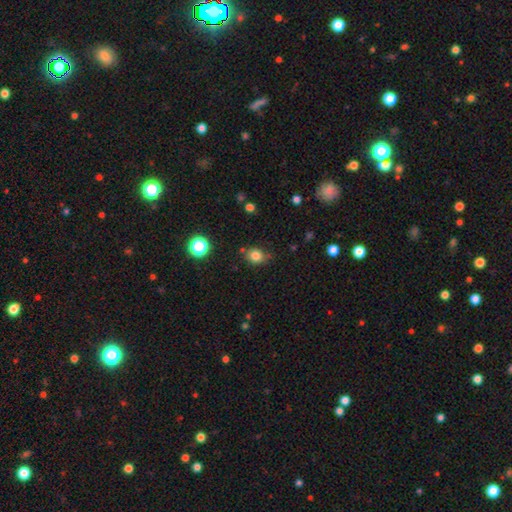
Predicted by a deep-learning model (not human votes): smooth-or-featured: smooth: 81% | star or artifact: 13% | featured or disk: 6%
  how-rounded: round: 66% | in between: 33% | cigar-shaped: 1%
  merging: none: 72% | minor disturbance: 19% | merger: 4% | major disturbance: 4%